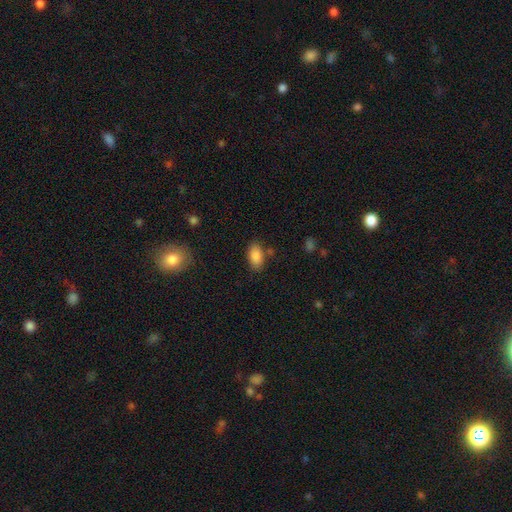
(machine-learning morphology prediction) The model was most divided on "merging": none: 79%, minor disturbance: 13%, merger: 4%, major disturbance: 4%. More confident: how rounded — in between (92%); smooth or featured — smooth (87%).